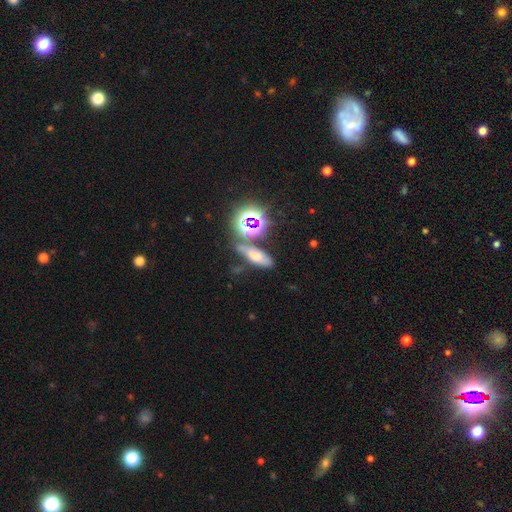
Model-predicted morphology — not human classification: This appears to be a smooth galaxy with no disk features (53%) that is in between round and cigar-shaped (59%). Merging: none (59%).